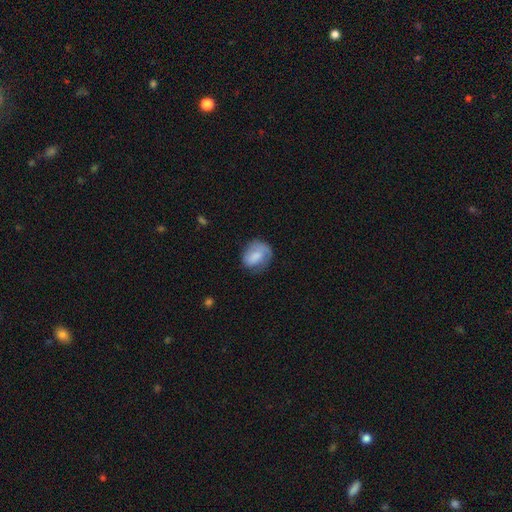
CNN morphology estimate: This appears to be a smooth galaxy with no disk features (63%) that is in between round and cigar-shaped (55%). Merging: none (55%).